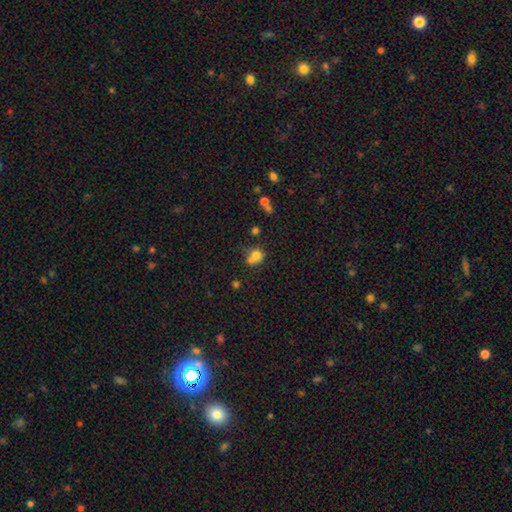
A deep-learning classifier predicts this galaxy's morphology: This appears to be a smooth galaxy with no disk features (73%) that is round (69%). Merging: merger (46%).